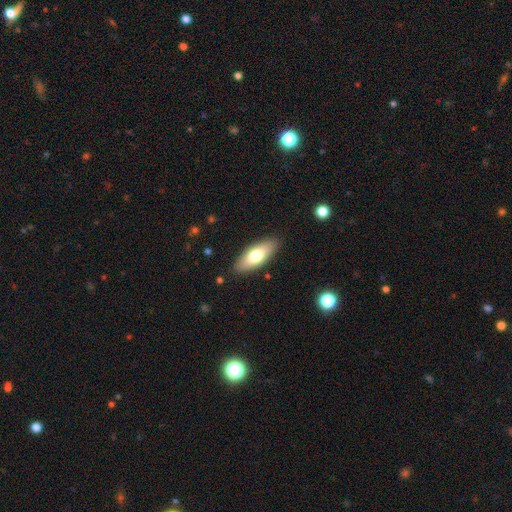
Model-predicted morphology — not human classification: Smooth or featured? smooth (71%)
How rounded? in between (75%)
Merging? none (88%)